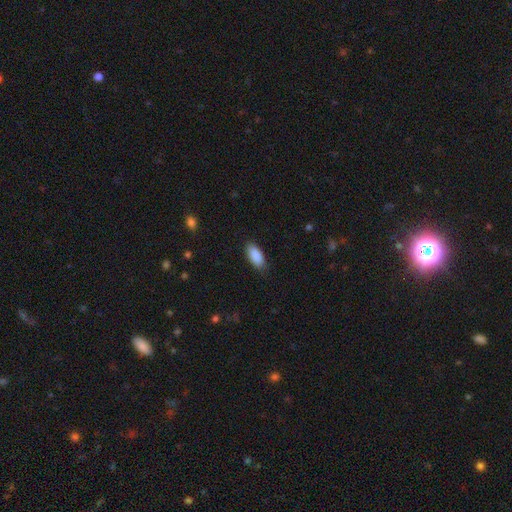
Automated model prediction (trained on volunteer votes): Q: Smooth or featured?
A: smooth (90%); runner-up: star or artifact (6%)
Q: How rounded?
A: in between (88%); runner-up: cigar-shaped (10%)
Q: Merging?
A: none (85%); runner-up: minor disturbance (11%)